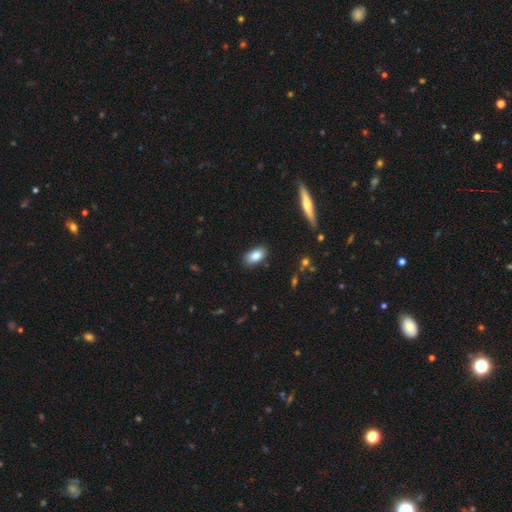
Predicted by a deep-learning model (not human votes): Morphology: type=smooth (84%); roundness=in between (91%); merging=none (86%).